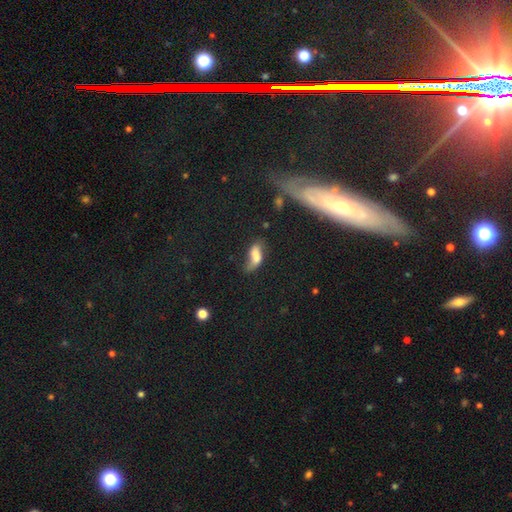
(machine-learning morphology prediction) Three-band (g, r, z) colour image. It shows a smooth galaxy with no disk features (64%) that is in between round and cigar-shaped (80%). Merging: none (30%).